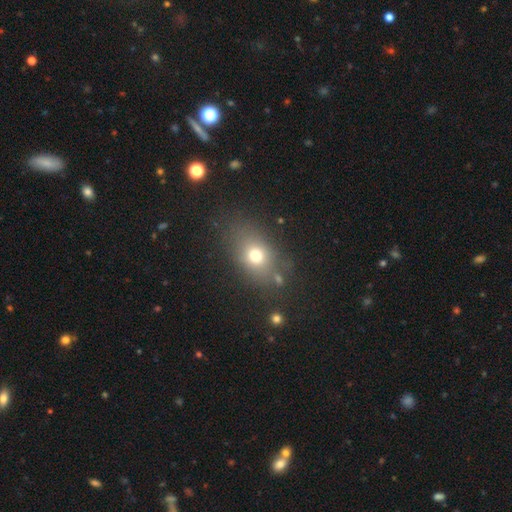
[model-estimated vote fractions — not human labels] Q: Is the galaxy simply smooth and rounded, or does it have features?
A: smooth — 71%.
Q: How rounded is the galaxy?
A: in between — 64%.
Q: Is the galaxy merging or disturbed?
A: none — 73%.